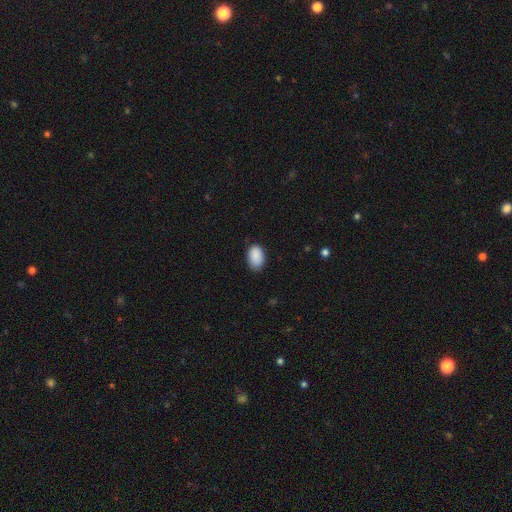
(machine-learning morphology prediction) Smooth or featured: smooth — 90% (star or artifact — 7%)
How rounded: in between — 91% (round — 8%)
Merging: none — 78% (minor disturbance — 18%)